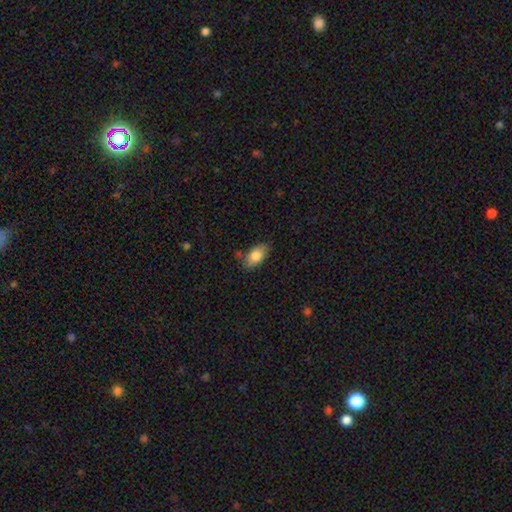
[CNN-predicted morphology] smooth-or-featured: smooth: 82% | featured or disk: 11% | star or artifact: 7%
  how-rounded: in between: 92% | round: 5% | cigar-shaped: 4%
  merging: none: 75% | minor disturbance: 17% | merger: 4% | major disturbance: 4%